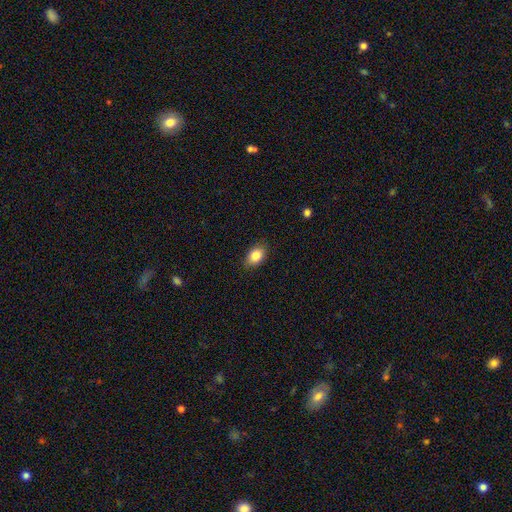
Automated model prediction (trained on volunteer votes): smooth-or-featured: smooth: 84% | star or artifact: 8% | featured or disk: 8%
  how-rounded: in between: 84% | round: 15% | cigar-shaped: 1%
  merging: none: 87% | minor disturbance: 10% | major disturbance: 2% | merger: 1%